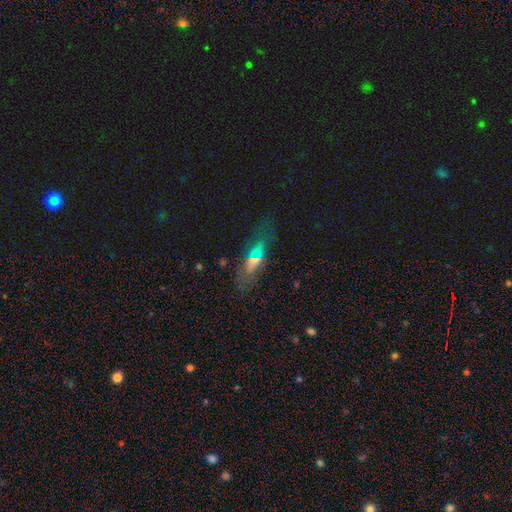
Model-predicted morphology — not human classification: A smooth galaxy with no disk features (52%) that is in between round and cigar-shaped (54%). Merging: none (75%).